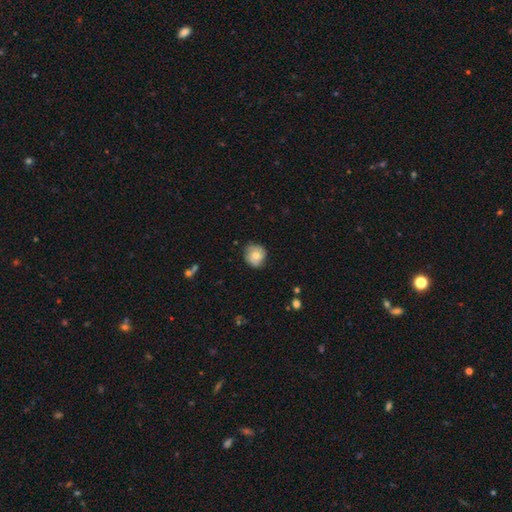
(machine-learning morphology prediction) Q: Smooth or featured?
A: smooth (62%); runner-up: featured or disk (31%)
Q: How rounded?
A: round (80%); runner-up: in between (19%)
Q: Merging?
A: none (69%); runner-up: minor disturbance (25%)